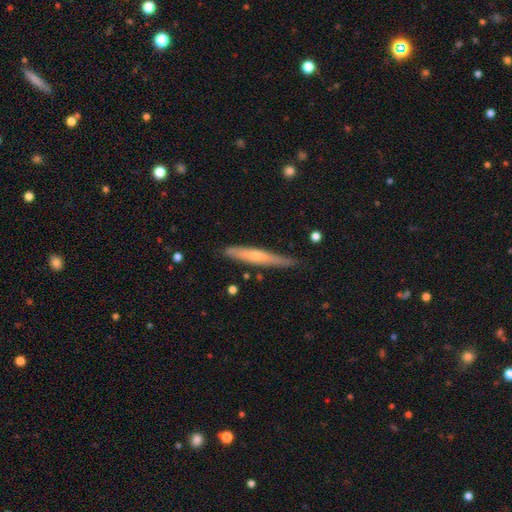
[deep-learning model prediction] Smooth or featured? featured or disk (53%)
Edge-on disk? yes (92%)
Merging? none (79%)